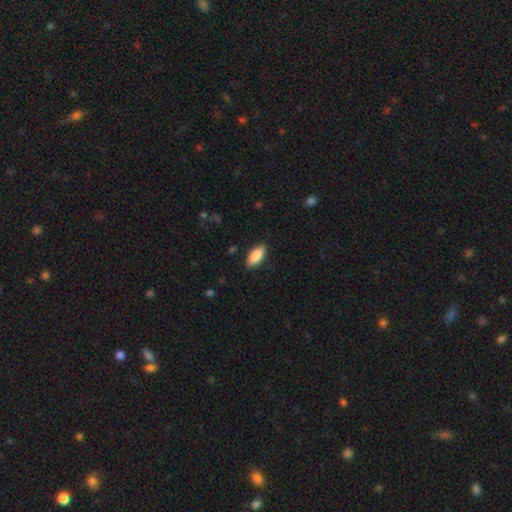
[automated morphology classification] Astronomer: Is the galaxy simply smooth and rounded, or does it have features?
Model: smooth — 88%.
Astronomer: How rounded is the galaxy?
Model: in between — 88%.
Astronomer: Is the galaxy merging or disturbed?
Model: none — 86%.